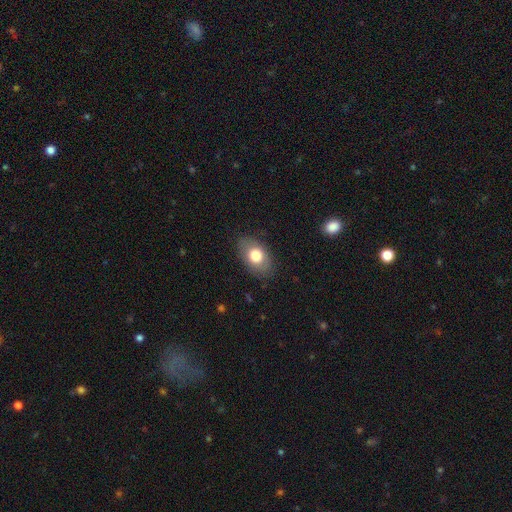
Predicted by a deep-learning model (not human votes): A smooth galaxy with no disk features (74%) that is in between round and cigar-shaped (85%). Merging: none (82%).